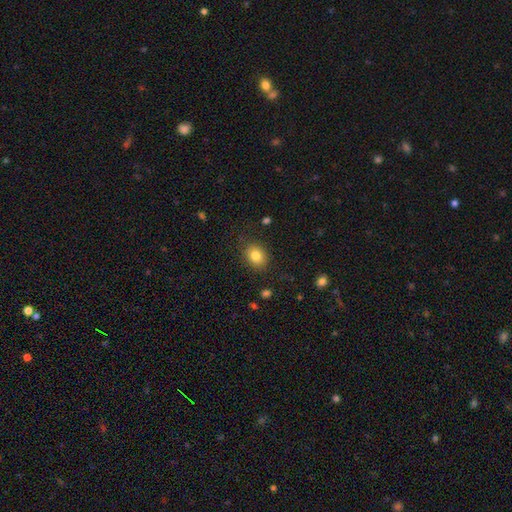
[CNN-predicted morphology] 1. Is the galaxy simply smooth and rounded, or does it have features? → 82% smooth, 10% star or artifact, 8% featured or disk.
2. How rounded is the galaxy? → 55% in between, 45% round, 1% cigar-shaped.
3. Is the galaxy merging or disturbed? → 84% none, 11% minor disturbance, 3% major disturbance, 1% merger.